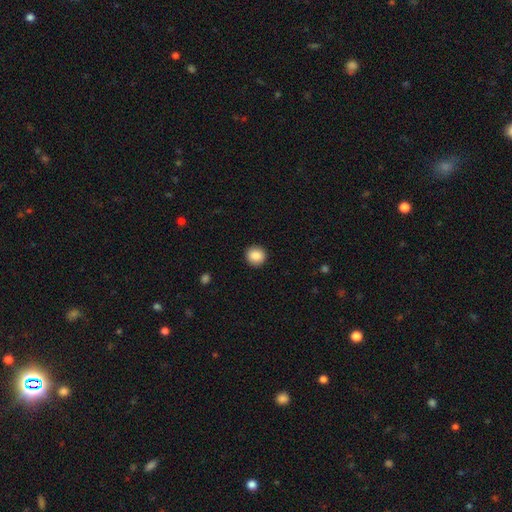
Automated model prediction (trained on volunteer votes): Morphology: type=smooth (88%); roundness=round (92%); merging=none (92%).